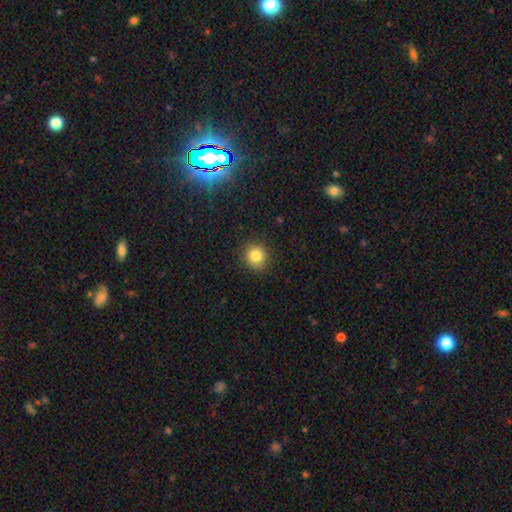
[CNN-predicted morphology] This appears to be a smooth galaxy with no disk features (83%) that is round (89%). Merging: none (89%).